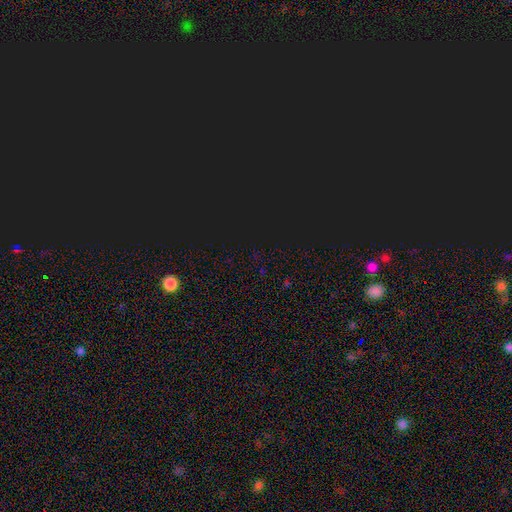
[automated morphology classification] A star or artifact, not a galaxy (79%).